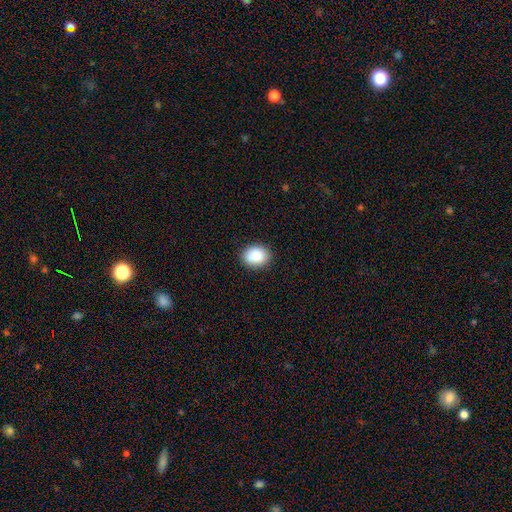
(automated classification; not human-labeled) This appears to be a smooth galaxy with no disk features (88%) that is in between round and cigar-shaped (54%). Merging: none (88%).